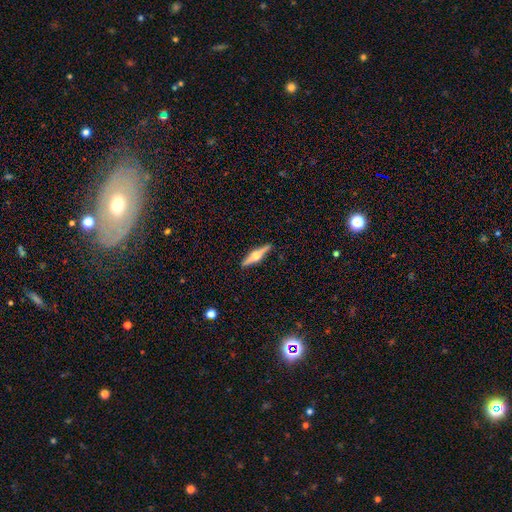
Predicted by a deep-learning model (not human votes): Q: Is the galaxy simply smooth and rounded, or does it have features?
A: featured or disk — 73%.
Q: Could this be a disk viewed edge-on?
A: yes — 98%.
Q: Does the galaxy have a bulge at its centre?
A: rounded — 95%.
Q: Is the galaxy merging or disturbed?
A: none — 91%.